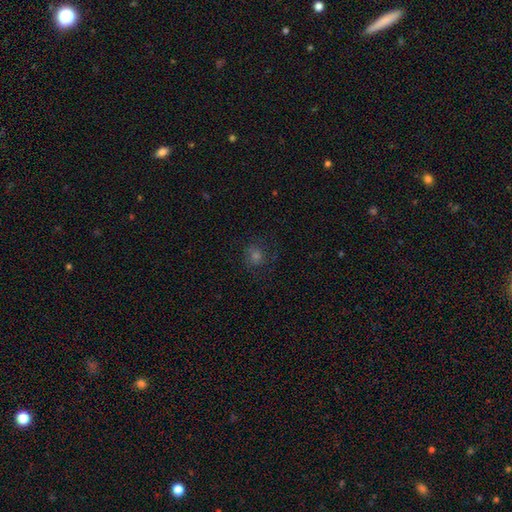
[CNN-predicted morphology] smooth_or_featured: smooth (p=0.45) [alt: star or artifact p=0.28]
merging: none (p=0.76) [alt: minor disturbance p=0.14]